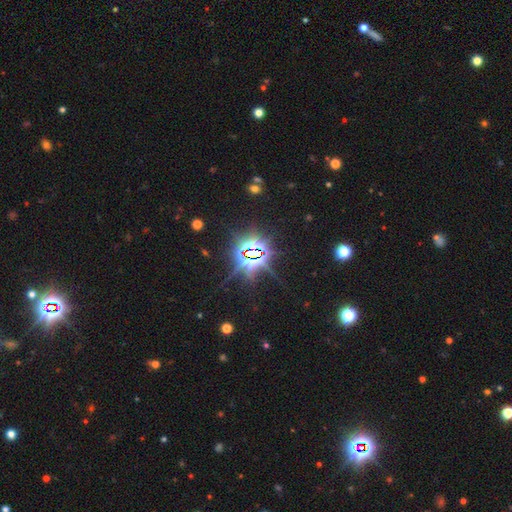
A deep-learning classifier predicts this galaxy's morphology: Smooth or featured: star or artifact — 83% (featured or disk — 10%)